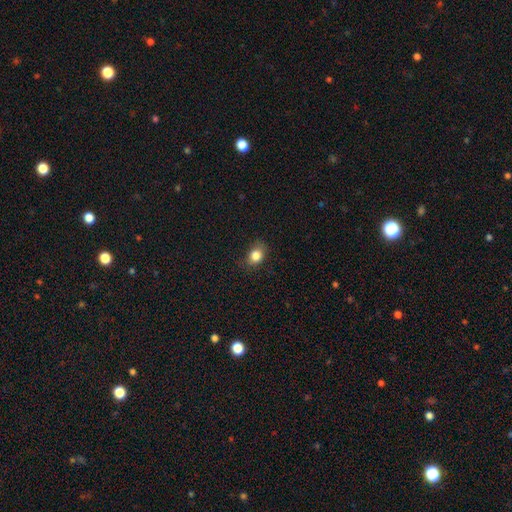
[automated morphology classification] A smooth galaxy with no disk features (84%) that is round (50%).

Vote fractions:
- Smooth or featured? smooth: 84% / star or artifact: 11% / featured or disk: 6%
- How rounded? round: 50% / in between: 49% / cigar-shaped: 1%
- Merging? none: 78% / minor disturbance: 17% / major disturbance: 4% / merger: 1%